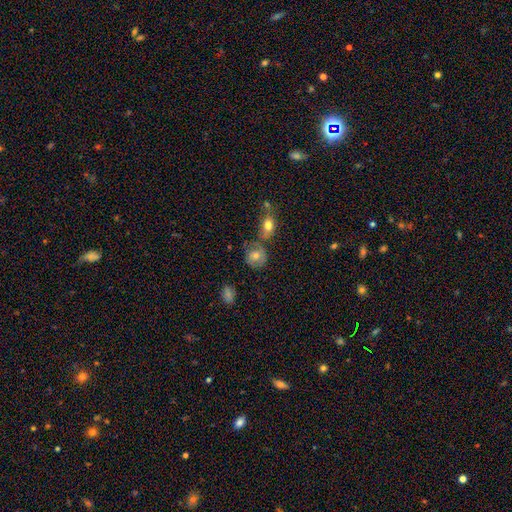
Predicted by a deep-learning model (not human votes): Overall: smooth (65%; featured or disk 25%). How rounded: round (75%). Merging: none (53%; merger 22%).